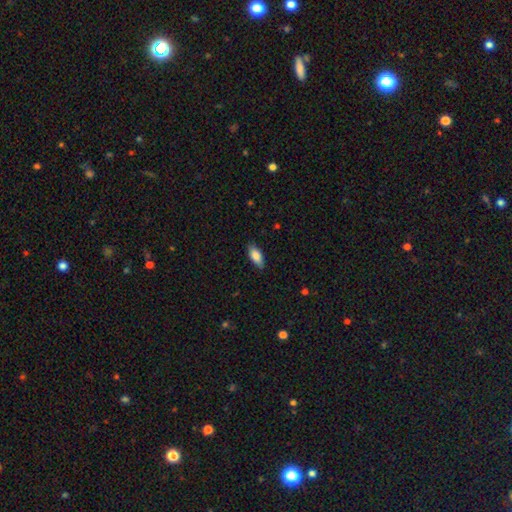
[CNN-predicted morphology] A smooth galaxy with no disk features (83%) that is in between round and cigar-shaped (85%). Merging: none (85%).